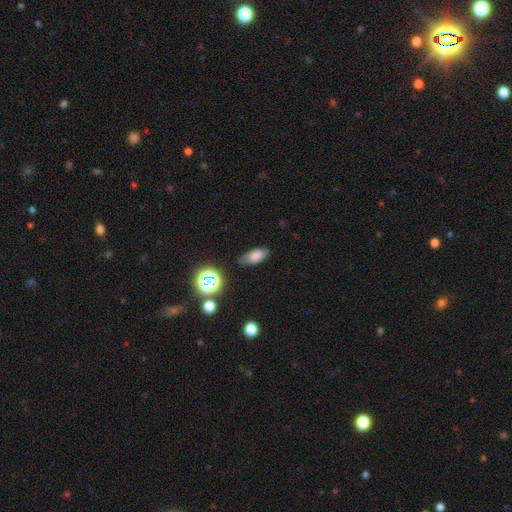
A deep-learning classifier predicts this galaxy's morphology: The model was most divided on "merging": none: 72%, minor disturbance: 21%, major disturbance: 5%, merger: 2%. More confident: how rounded — in between (87%); smooth or featured — smooth (74%).